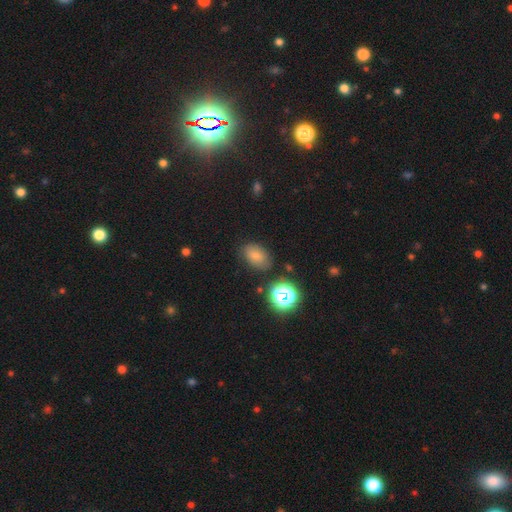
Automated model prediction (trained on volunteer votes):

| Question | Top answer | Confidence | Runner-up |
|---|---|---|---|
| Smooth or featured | smooth | 73% | star or artifact (16%) |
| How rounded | in between | 82% | round (17%) |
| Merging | none | 79% | minor disturbance (14%) |